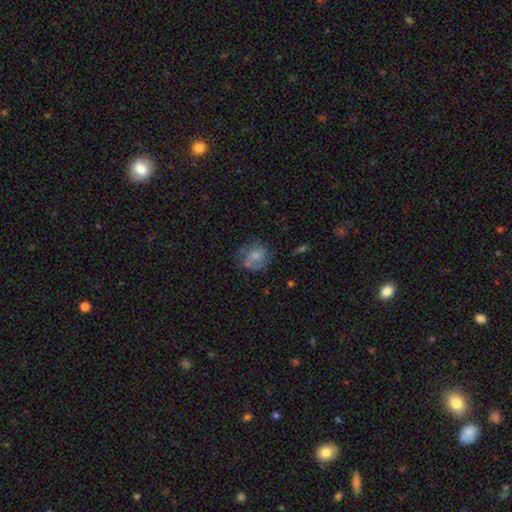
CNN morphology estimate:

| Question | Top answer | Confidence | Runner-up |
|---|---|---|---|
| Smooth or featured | smooth | 57% | featured or disk (34%) |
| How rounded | round | 72% | in between (27%) |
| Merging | none | 57% | minor disturbance (25%) |